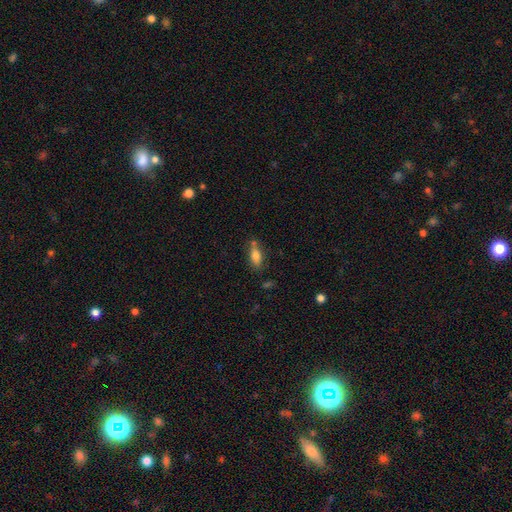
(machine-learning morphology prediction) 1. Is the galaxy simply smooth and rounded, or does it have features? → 71% smooth, 21% featured or disk, 8% star or artifact.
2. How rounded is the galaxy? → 71% in between, 26% cigar-shaped, 4% round.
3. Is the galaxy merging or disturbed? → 67% none, 19% minor disturbance, 9% merger, 5% major disturbance.